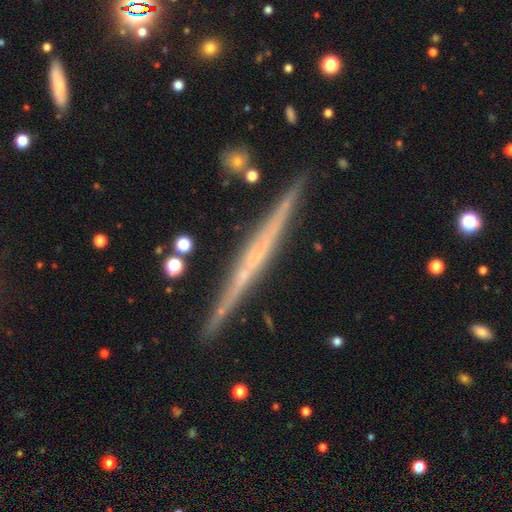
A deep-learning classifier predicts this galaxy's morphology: This is likely a featured or disk galaxy (73%). It is clearly viewed edge-on (98%). Edge-on bulge: likely none (78%). Merging: clearly none (90%).